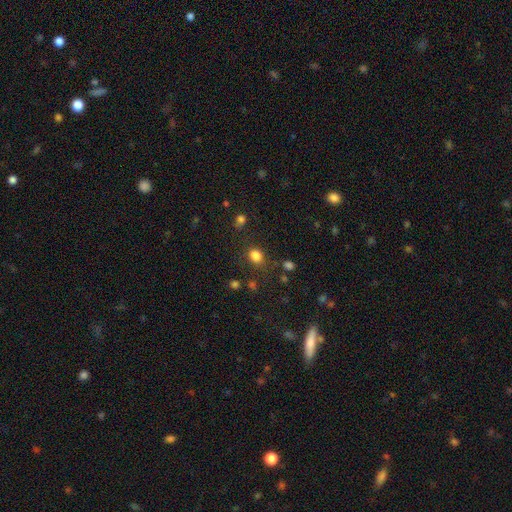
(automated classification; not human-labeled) Smooth or featured? Predicted: smooth (p=0.81). How rounded? Predicted: round (p=0.53). Merging? Predicted: none (p=0.75).